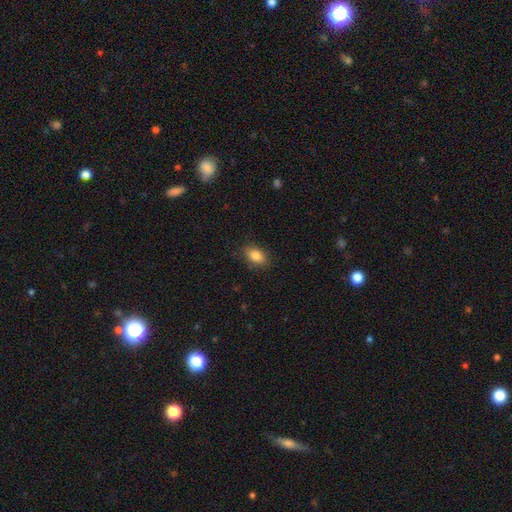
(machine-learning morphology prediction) type=smooth (85%); roundness=in between (85%); merging=none (86%).